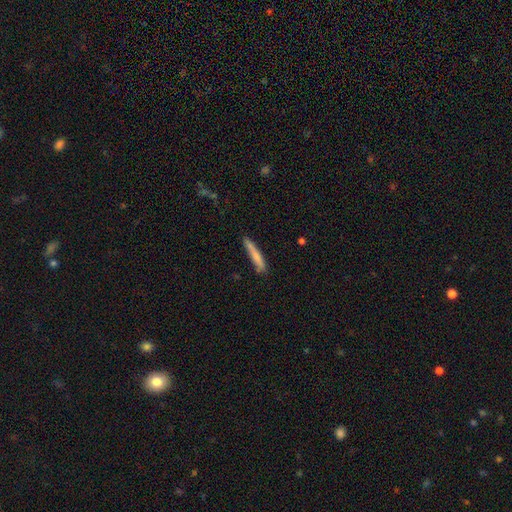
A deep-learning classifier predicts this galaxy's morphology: smooth_or_featured: smooth (p=0.75) [alt: featured or disk p=0.19]
how_rounded: cigar-shaped (p=0.95) [alt: in between p=0.04]
merging: none (p=0.80) [alt: minor disturbance p=0.15]